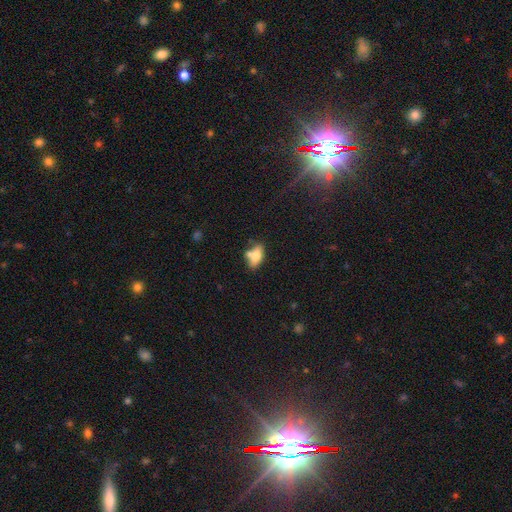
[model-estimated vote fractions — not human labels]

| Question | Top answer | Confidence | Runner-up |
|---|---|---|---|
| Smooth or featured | smooth | 65% | featured or disk (26%) |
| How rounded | in between | 83% | cigar-shaped (9%) |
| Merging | none | 52% | merger (24%) |